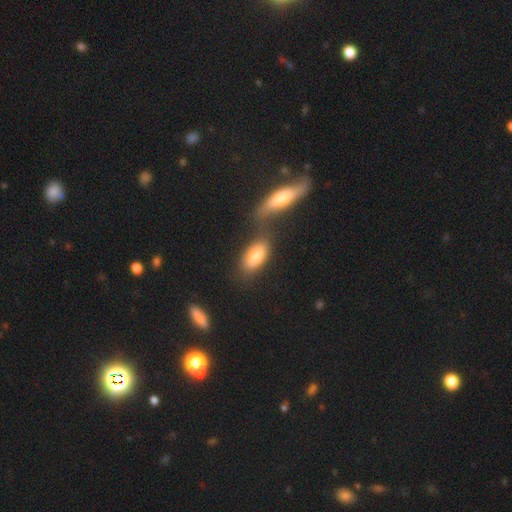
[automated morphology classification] A smooth galaxy with no disk features (80%) that is in between round and cigar-shaped (89%). Merging: none (49%).